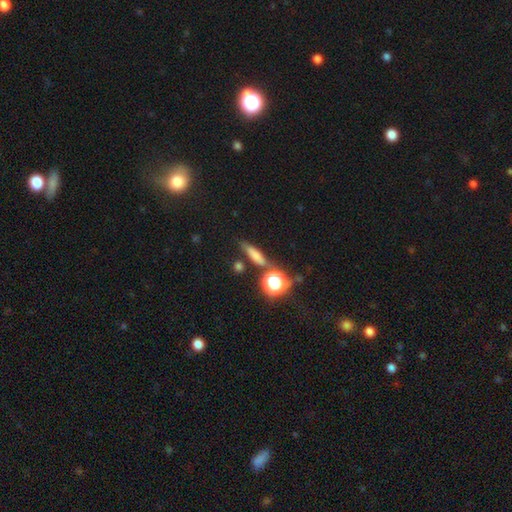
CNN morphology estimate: A smooth galaxy with no disk features (63%) that is cigar-shaped (62%). Merging: none (74%).